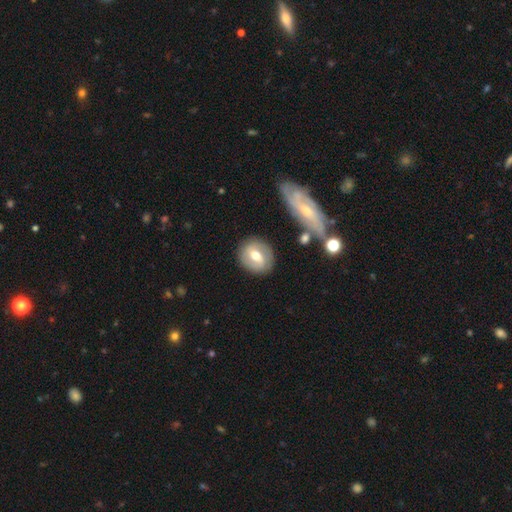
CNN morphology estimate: Smooth or featured: smooth — 49% (featured or disk — 44%)
Merging: none — 84% (minor disturbance — 10%)